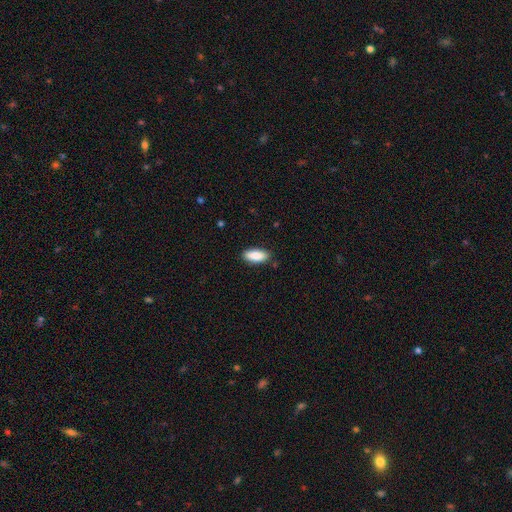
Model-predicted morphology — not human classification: The model was most divided on "how rounded": in between: 84%, cigar-shaped: 14%, round: 2%. More confident: smooth or featured — smooth (87%); merging — none (86%).